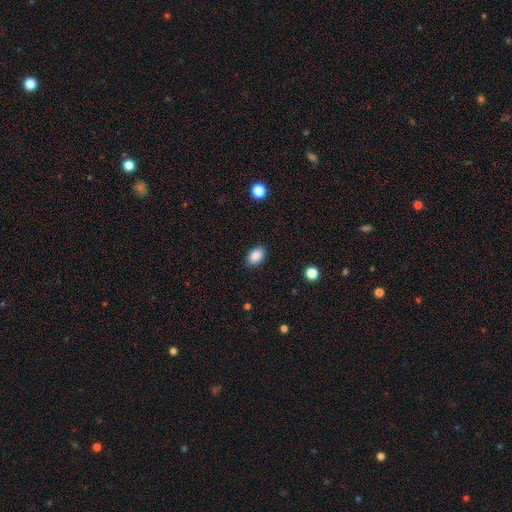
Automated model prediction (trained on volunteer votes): Smooth or featured: smooth — 88% (star or artifact — 8%)
How rounded: in between — 86% (round — 13%)
Merging: none — 87% (minor disturbance — 9%)